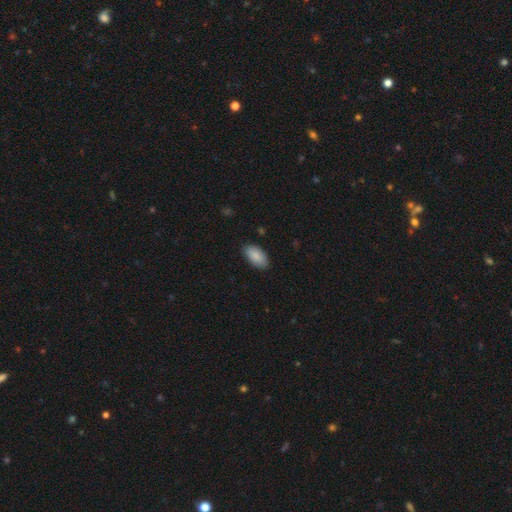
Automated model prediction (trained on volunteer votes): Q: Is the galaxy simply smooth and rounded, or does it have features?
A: smooth — 89%.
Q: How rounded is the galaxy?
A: in between — 95%.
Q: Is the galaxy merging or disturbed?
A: none — 85%.